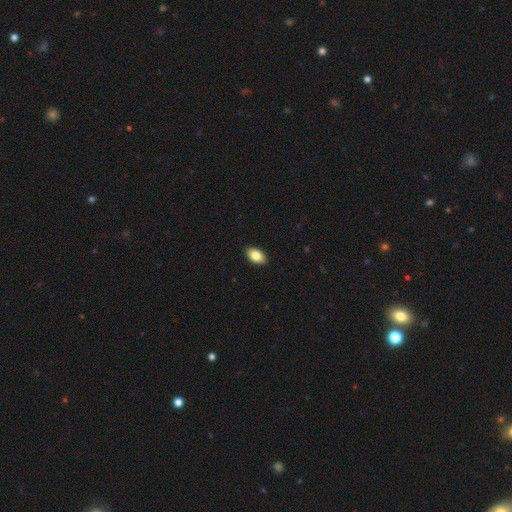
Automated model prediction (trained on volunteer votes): Smooth or featured: smooth — 82% (featured or disk — 10%)
How rounded: in between — 92% (round — 6%)
Merging: none — 90% (minor disturbance — 8%)